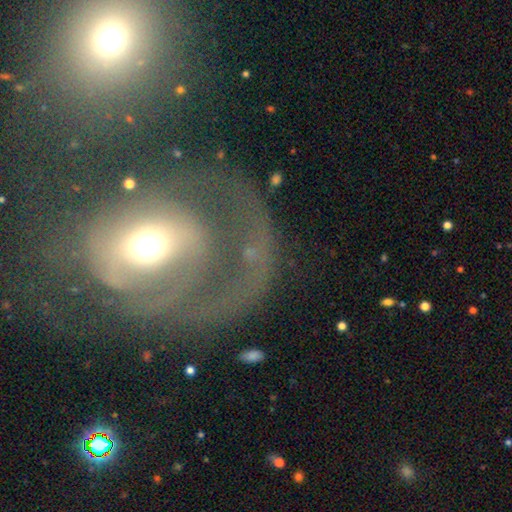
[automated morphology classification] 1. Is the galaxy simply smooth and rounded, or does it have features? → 66% featured or disk, 22% smooth, 11% star or artifact.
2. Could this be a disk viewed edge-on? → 95% no, 5% yes.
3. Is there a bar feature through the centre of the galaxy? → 59% no, 25% weak, 16% strong.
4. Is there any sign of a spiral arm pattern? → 54% yes, 46% no.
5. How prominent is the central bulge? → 66% moderate, 16% large, 11% small, 5% dominant, 2% none.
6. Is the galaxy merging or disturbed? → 41% none, 36% major disturbance, 16% minor disturbance, 7% merger.